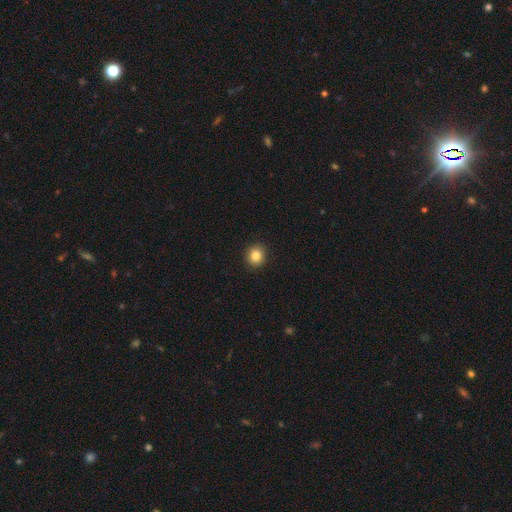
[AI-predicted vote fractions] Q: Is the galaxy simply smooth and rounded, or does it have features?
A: smooth — 85%.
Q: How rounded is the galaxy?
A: round — 86%.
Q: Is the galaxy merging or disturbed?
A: none — 91%.